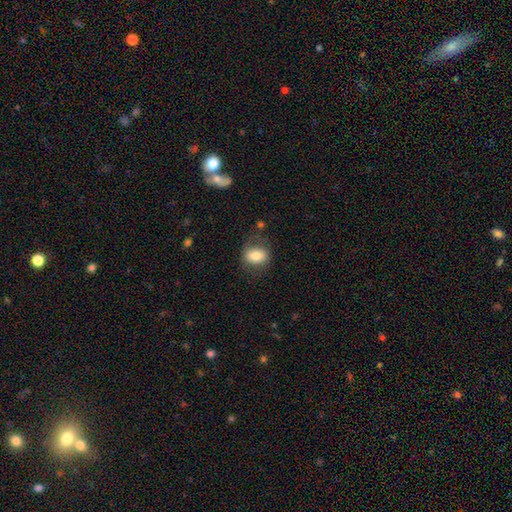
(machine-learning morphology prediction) type=smooth (74%); roundness=in between (64%); merging=none (68%).